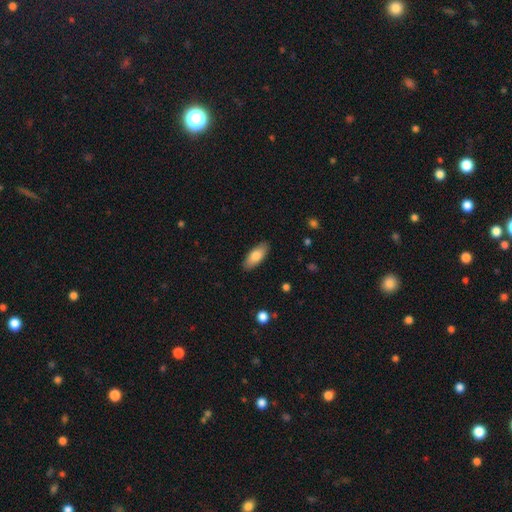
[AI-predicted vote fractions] Smooth or featured? Predicted: smooth (p=0.78). How rounded? Predicted: in between (p=0.79). Merging? Predicted: none (p=0.89).